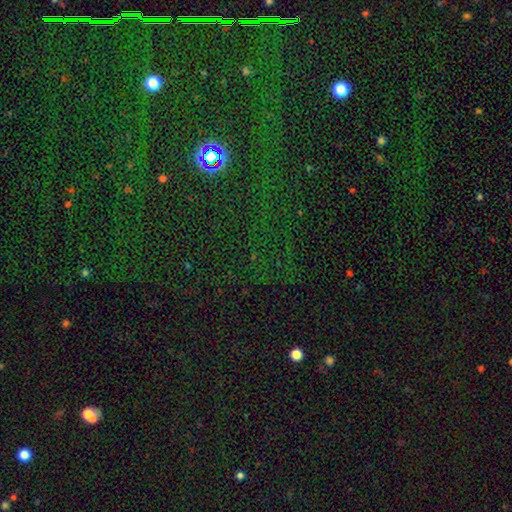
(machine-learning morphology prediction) Q: Smooth or featured?
A: star or artifact (78%); runner-up: smooth (14%)